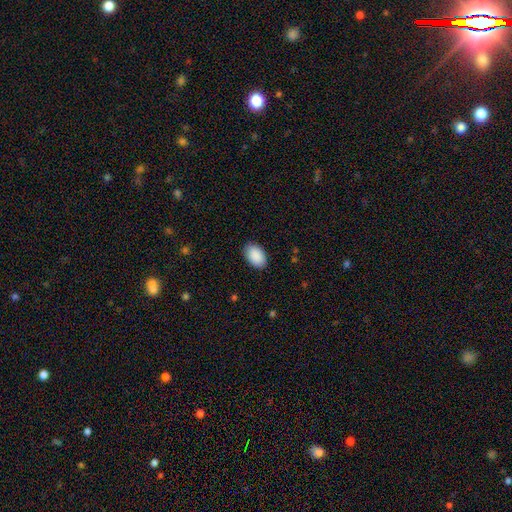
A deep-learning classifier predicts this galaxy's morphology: The model was most divided on "merging": none: 88%, minor disturbance: 9%, major disturbance: 2%, merger: 1%. More confident: how rounded — in between (92%); smooth or featured — smooth (91%).